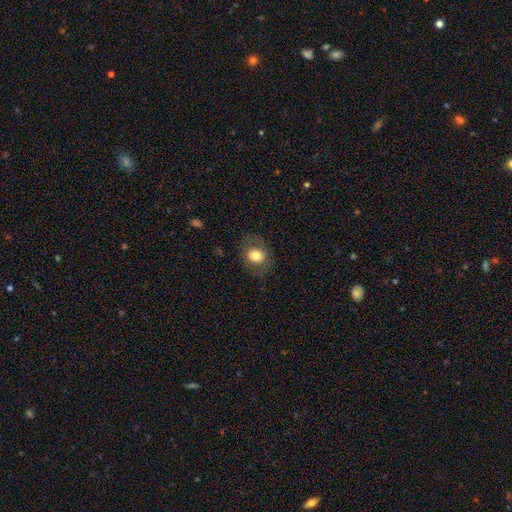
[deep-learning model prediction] smooth_or_featured: smooth (p=0.75) [alt: featured or disk p=0.16]
how_rounded: round (p=0.55) [alt: in between p=0.44]
merging: none (p=0.78) [alt: minor disturbance p=0.14]